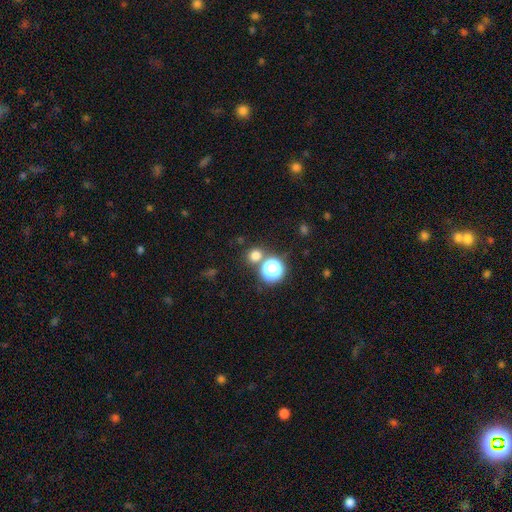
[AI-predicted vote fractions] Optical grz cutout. It shows a smooth galaxy with no disk features (71%) that is round (86%). Merging: none (73%).